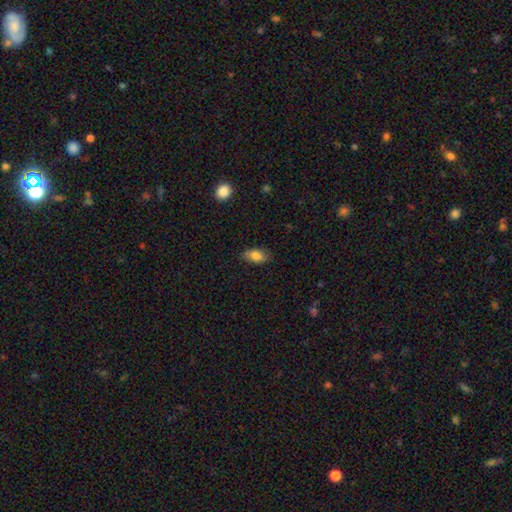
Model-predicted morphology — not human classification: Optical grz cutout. It shows a smooth galaxy with no disk features (81%) that is in between round and cigar-shaped (89%). Merging: none (79%).